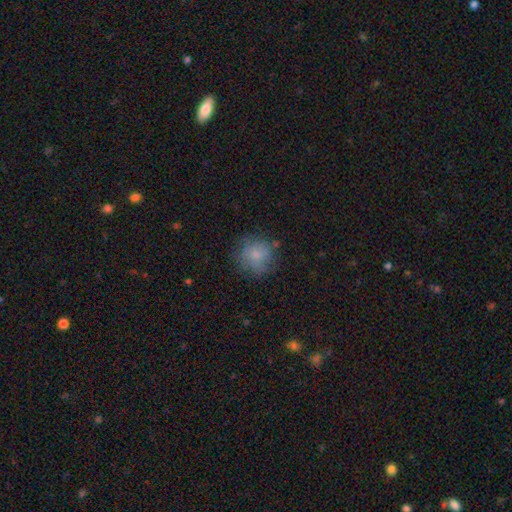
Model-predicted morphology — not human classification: smooth-or-featured: smooth: 72% | featured or disk: 18% | star or artifact: 9%
  how-rounded: round: 87% | in between: 12% | cigar-shaped: 1%
  merging: none: 68% | minor disturbance: 21% | major disturbance: 8% | merger: 2%